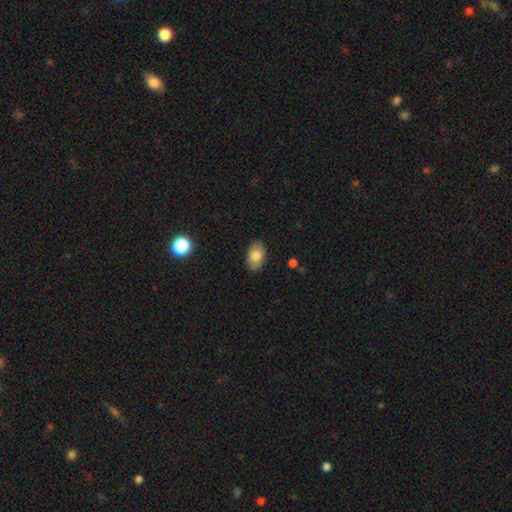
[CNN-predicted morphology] Smooth or featured? smooth (78%)
How rounded? in between (89%)
Merging? none (87%)